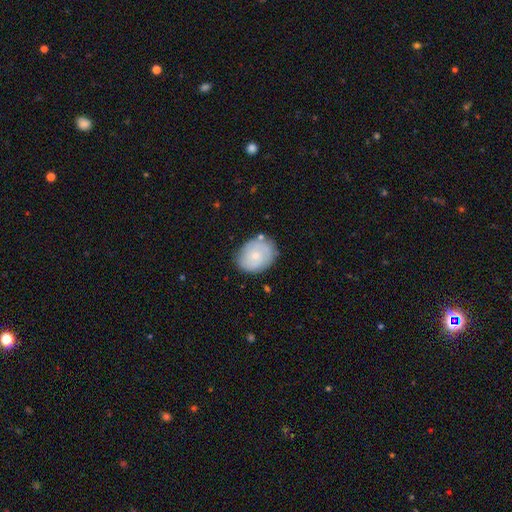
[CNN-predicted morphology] smooth-or-featured: smooth: 53% | featured or disk: 40% | star or artifact: 7%
  how-rounded: in between: 52% | round: 47% | cigar-shaped: 1%
  merging: none: 76% | minor disturbance: 17% | major disturbance: 4% | merger: 3%